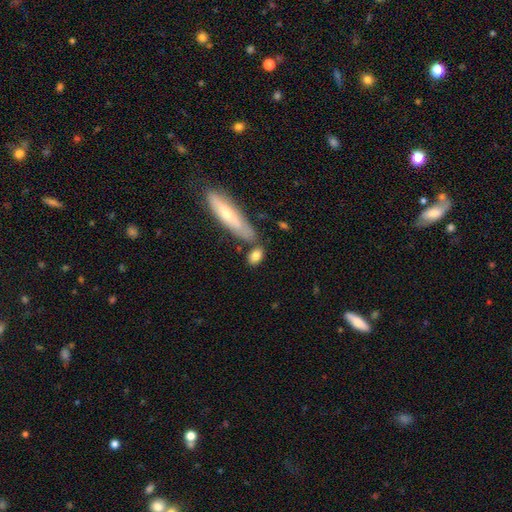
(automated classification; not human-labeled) smooth_or_featured: smooth (p=0.78) [alt: featured or disk p=0.15]
how_rounded: in between (p=0.71) [alt: cigar-shaped p=0.17]
merging: none (p=0.65) [alt: minor disturbance p=0.16]